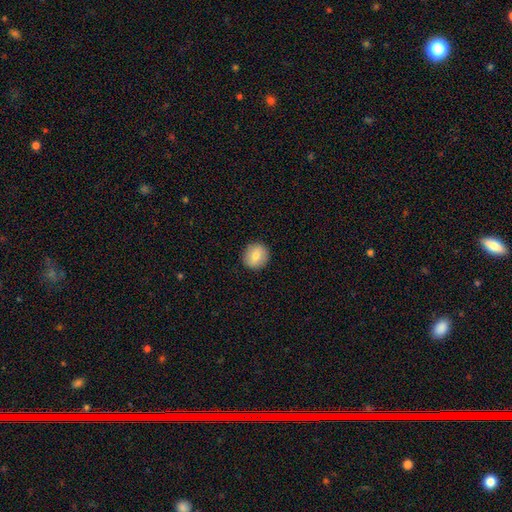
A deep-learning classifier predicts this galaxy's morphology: Q: Smooth or featured?
A: smooth (80%); runner-up: featured or disk (12%)
Q: How rounded?
A: round (89%); runner-up: in between (10%)
Q: Merging?
A: none (91%); runner-up: minor disturbance (6%)